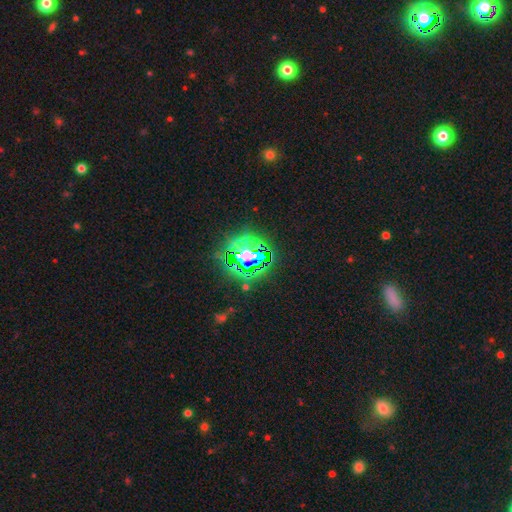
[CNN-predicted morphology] Smooth or featured: star or artifact — 73% (smooth — 17%)